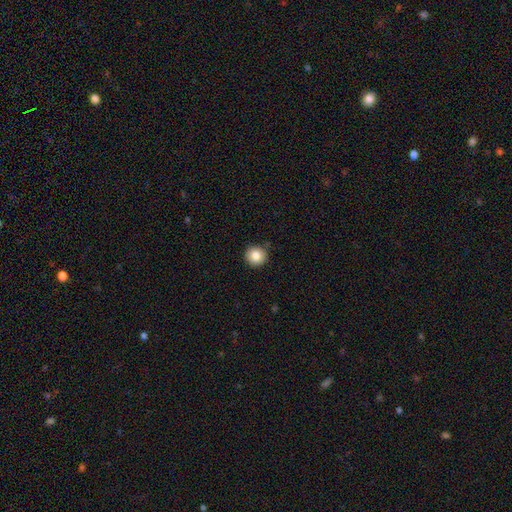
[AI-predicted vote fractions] smooth_or_featured: smooth (p=0.83) [alt: star or artifact p=0.09]
how_rounded: round (p=0.94) [alt: in between p=0.05]
merging: none (p=0.89) [alt: minor disturbance p=0.08]